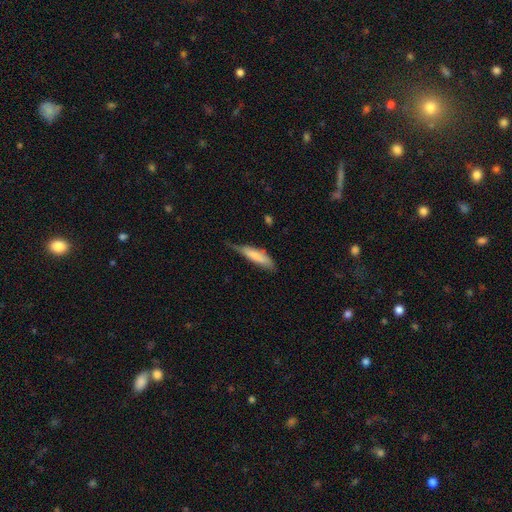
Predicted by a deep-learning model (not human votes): Morphology: type=smooth (74%); roundness=cigar-shaped (71%); merging=minor disturbance (44%).